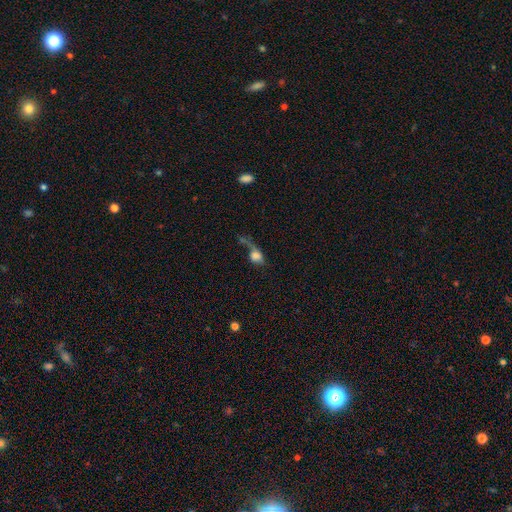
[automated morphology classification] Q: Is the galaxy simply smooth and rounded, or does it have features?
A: smooth — 64%.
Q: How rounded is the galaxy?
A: in between — 54%.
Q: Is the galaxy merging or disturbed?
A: major disturbance — 43%.